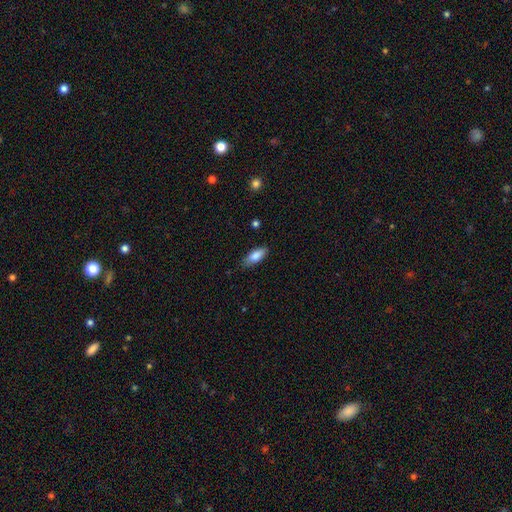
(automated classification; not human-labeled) Overall: smooth (84%). How rounded: in between (78%). Merging: none (78%).